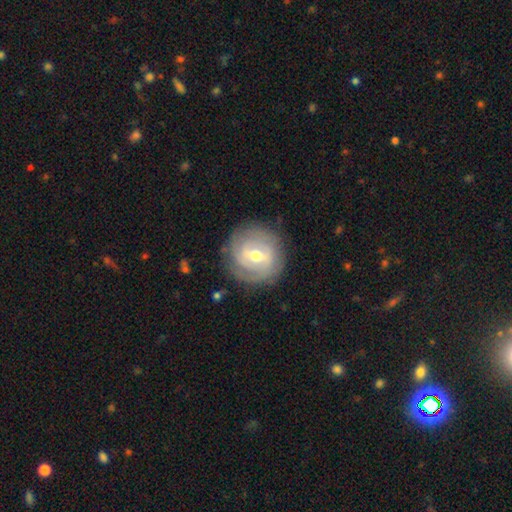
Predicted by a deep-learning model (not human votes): The model was most divided on "spiral arm count": can't tell: 38%, 2: 36%, 3: 12%, 1: 5%, 4: 5%, more than 4: 3%. More confident: edge-on disk — no (96%); spiral arms — yes (82%); merging — none (81%); smooth or featured — featured or disk (74%); bulge size — moderate (68%); spiral winding — tight (67%); bar — weak (55%).